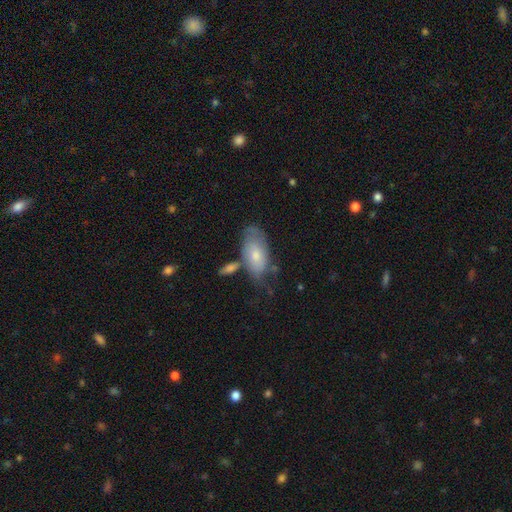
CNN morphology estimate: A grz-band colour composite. It shows a smooth galaxy with no disk features (66%) that is in between round and cigar-shaped (91%). Merging: none (48%).